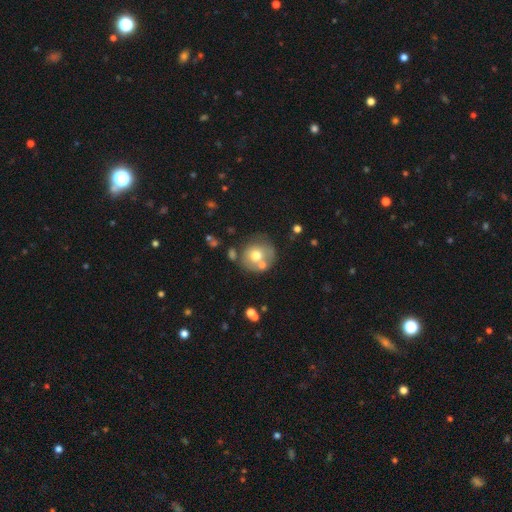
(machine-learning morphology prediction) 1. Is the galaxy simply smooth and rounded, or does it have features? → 63% smooth, 27% featured or disk, 10% star or artifact.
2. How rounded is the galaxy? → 86% round, 13% in between, 1% cigar-shaped.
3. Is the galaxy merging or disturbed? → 54% none, 23% merger, 16% minor disturbance, 7% major disturbance.